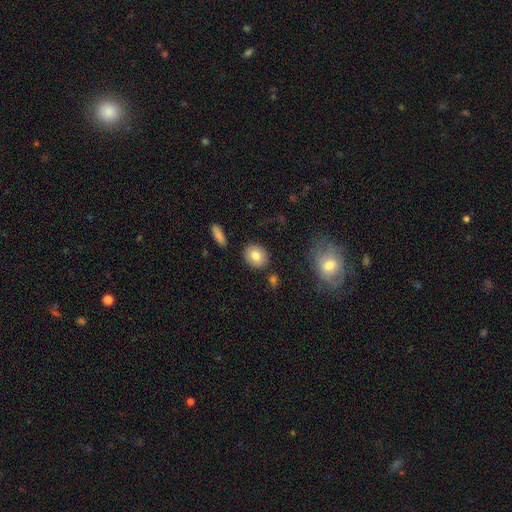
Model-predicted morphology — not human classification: A smooth galaxy with no disk features (81%) that is round (64%).

Vote fractions:
- Smooth or featured? smooth: 81% / featured or disk: 11% / star or artifact: 8%
- How rounded? round: 64% / in between: 34% / cigar-shaped: 1%
- Merging? none: 86% / minor disturbance: 9% / merger: 3% / major disturbance: 2%